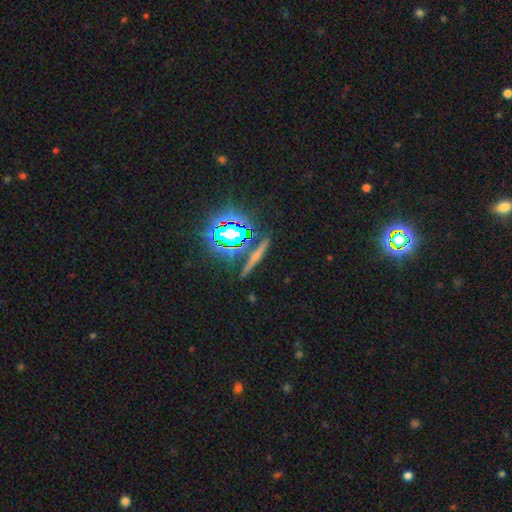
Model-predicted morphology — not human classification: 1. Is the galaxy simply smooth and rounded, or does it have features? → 40% featured or disk, 31% smooth, 28% star or artifact.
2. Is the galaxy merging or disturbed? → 85% none, 8% minor disturbance, 4% merger, 3% major disturbance.